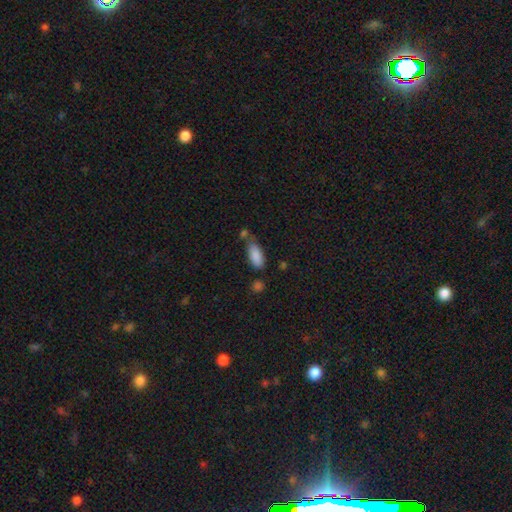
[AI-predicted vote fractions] Smooth or featured? Predicted: smooth (p=0.87). How rounded? Predicted: in between (p=0.84). Merging? Predicted: none (p=0.56).